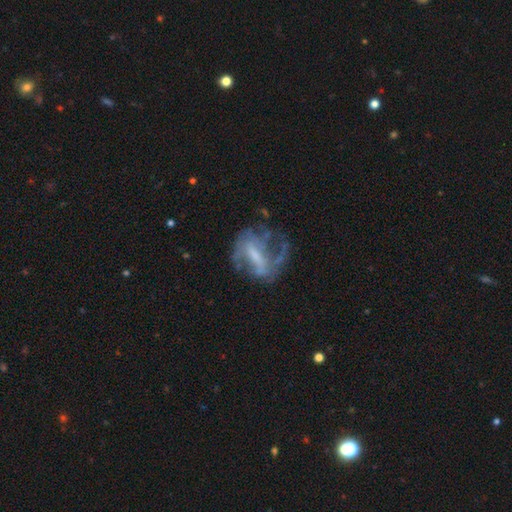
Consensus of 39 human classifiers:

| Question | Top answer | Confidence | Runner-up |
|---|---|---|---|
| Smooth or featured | featured or disk | 82% | smooth (10%) |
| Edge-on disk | no | 100% | — |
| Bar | weak | 56% | strong (28%) |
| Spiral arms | yes | 72% | no (28%) |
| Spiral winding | loose | 52% | medium (30%) |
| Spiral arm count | can't tell | 35% | 2 (26%) |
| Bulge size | none | 31% | small (28%) |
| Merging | major disturbance | 42% | none (36%) |